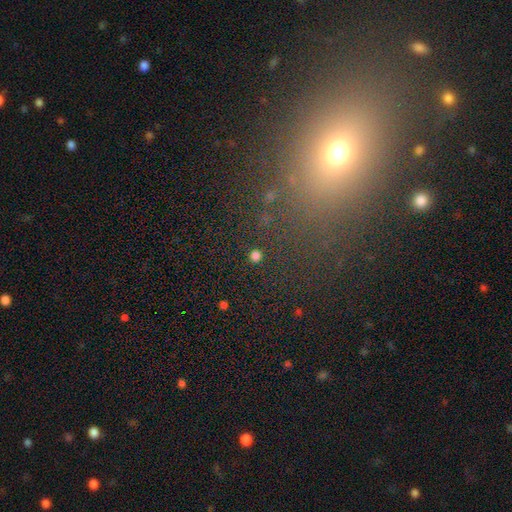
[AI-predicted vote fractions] Morphology: type=smooth (77%); roundness=round (95%); merging=none (90%).